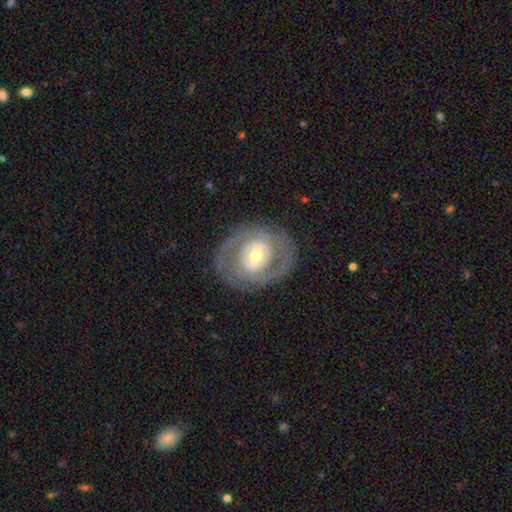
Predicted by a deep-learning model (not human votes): Overall: featured or disk (72%). Edge-on disk: no (96%). Bar: no (51%; weak 33%). Spiral arms: yes (51%; no 49%). Bulge size: moderate (63%; small 25%). Merging: none (78%).